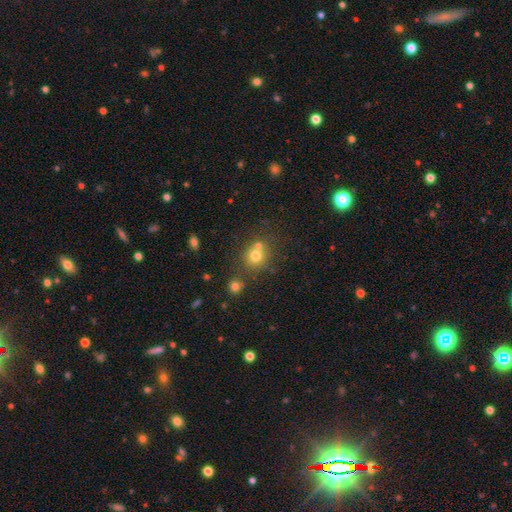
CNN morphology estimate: A smooth galaxy with no disk features (73%) that is round (83%). Merging: none (54%).